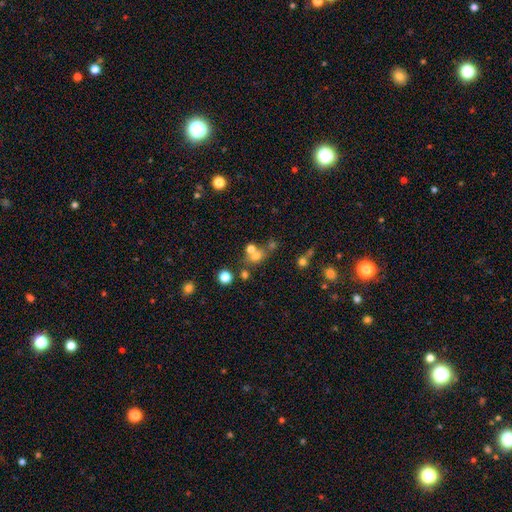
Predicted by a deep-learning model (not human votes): Smooth or featured?
  - smooth: 61% *
  - star or artifact: 23%
  - featured or disk: 16%
How rounded?
  - round: 68% *
  - in between: 30%
  - cigar-shaped: 2%
Merging?
  - none: 44% *
  - merger: 40%
  - minor disturbance: 10%
  - major disturbance: 6%